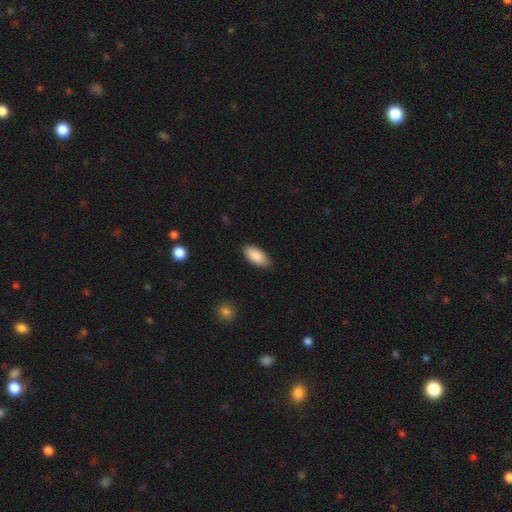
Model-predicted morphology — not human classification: This is clearly a smooth galaxy (89%). How rounded: clearly in between (93%). Merging: clearly none (84%).